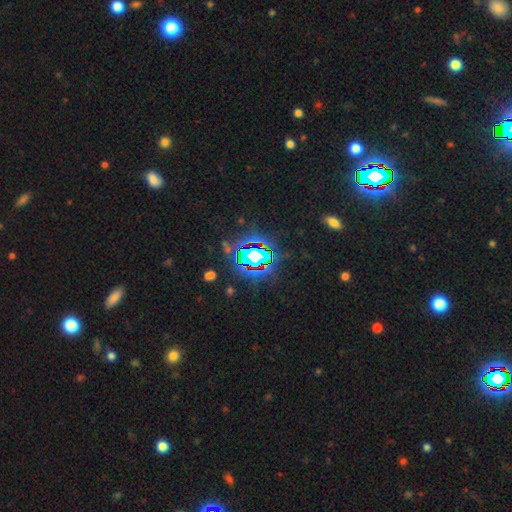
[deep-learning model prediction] Q: Smooth or featured?
A: star or artifact (74%); runner-up: smooth (13%)